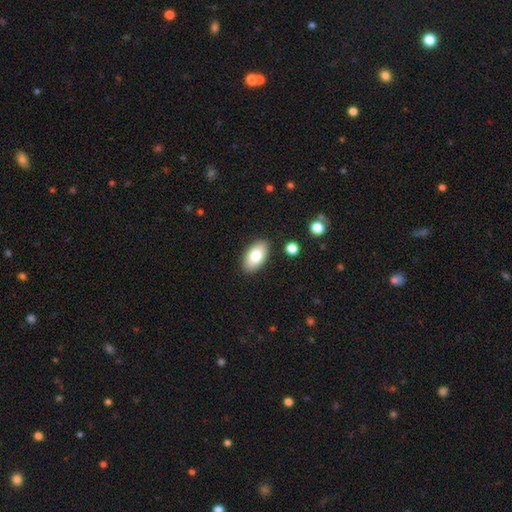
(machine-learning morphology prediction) Smooth or featured? Predicted: smooth (p=0.80). How rounded? Predicted: in between (p=0.94). Merging? Predicted: none (p=0.88).